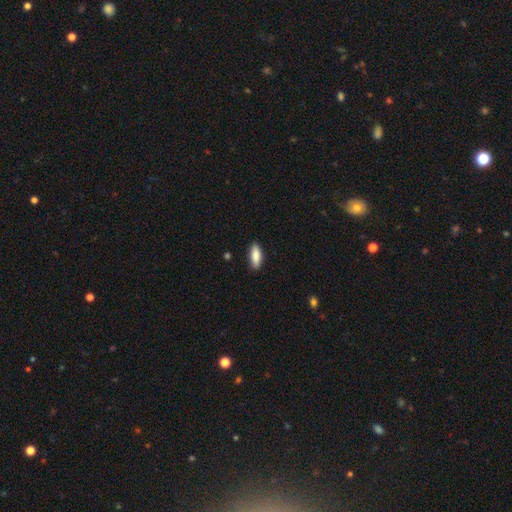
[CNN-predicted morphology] Overall: smooth (87%). How rounded: in between (72%). Merging: none (87%).